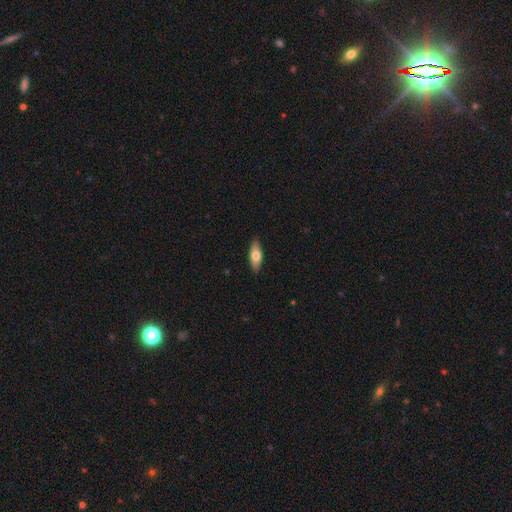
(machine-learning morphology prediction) This is likely a smooth galaxy (68%). How rounded: likely in between (66%). Merging: clearly none (88%).